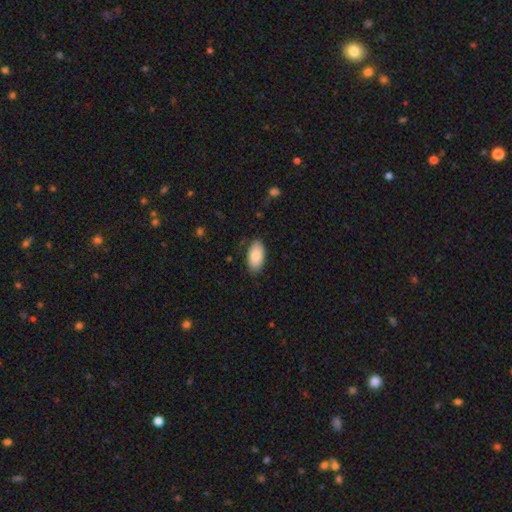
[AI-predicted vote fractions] Overall: smooth (86%). How rounded: in between (95%). Merging: none (83%).